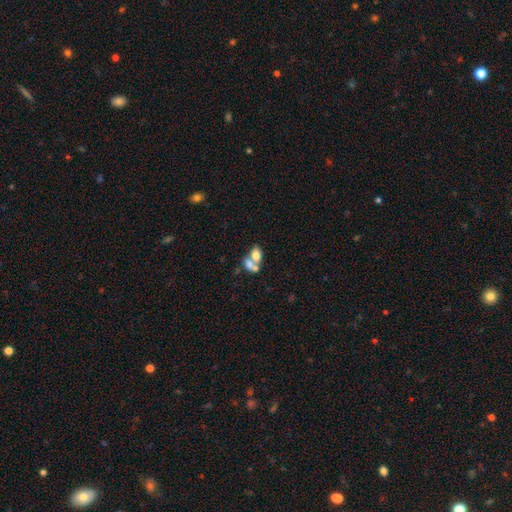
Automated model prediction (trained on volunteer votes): Q: Smooth or featured?
A: smooth (68%); runner-up: featured or disk (23%)
Q: How rounded?
A: in between (83%); runner-up: round (15%)
Q: Merging?
A: merger (65%); runner-up: none (23%)